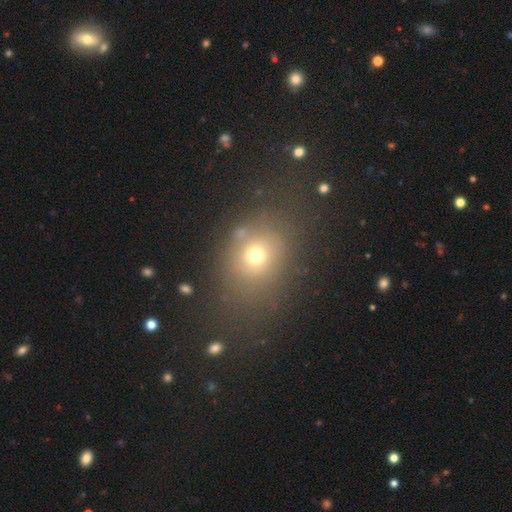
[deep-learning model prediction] smooth-or-featured: smooth: 67% | star or artifact: 19% | featured or disk: 14%
  how-rounded: round: 52% | in between: 47% | cigar-shaped: 1%
  merging: none: 68% | minor disturbance: 15% | major disturbance: 11% | merger: 6%